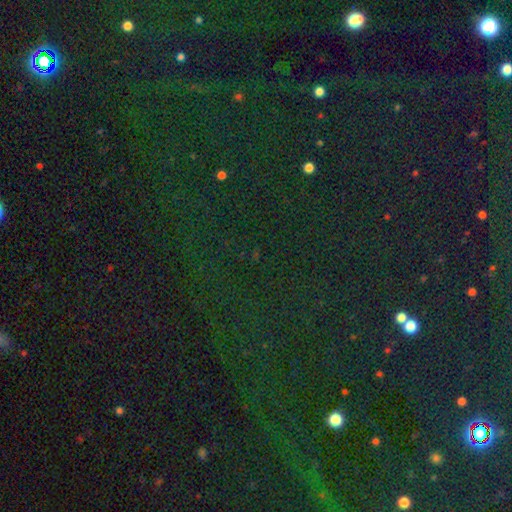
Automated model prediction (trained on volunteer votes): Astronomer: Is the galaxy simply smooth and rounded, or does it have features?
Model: star or artifact — 81%.